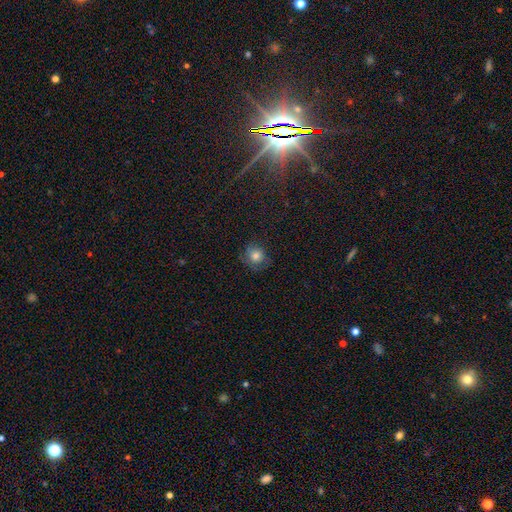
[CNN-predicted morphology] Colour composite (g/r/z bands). It shows a smooth galaxy with no disk features (70%) that is round (86%). Merging: none (71%).